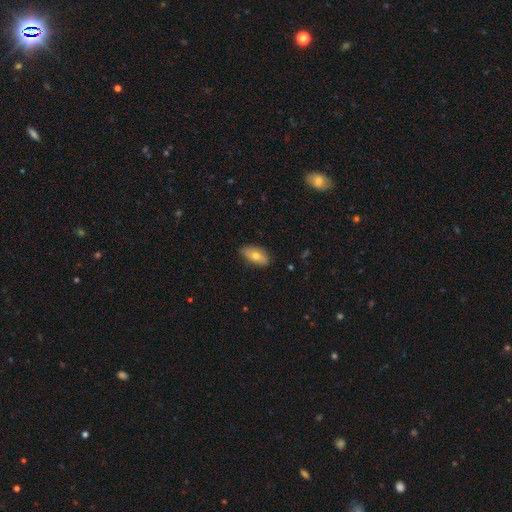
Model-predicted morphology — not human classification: A smooth galaxy with no disk features (68%) that is in between round and cigar-shaped (90%).

Vote fractions:
- Smooth or featured? smooth: 68% / featured or disk: 26% / star or artifact: 7%
- How rounded? in between: 90% / cigar-shaped: 7% / round: 4%
- Merging? none: 77% / minor disturbance: 20% / major disturbance: 3% / merger: 1%